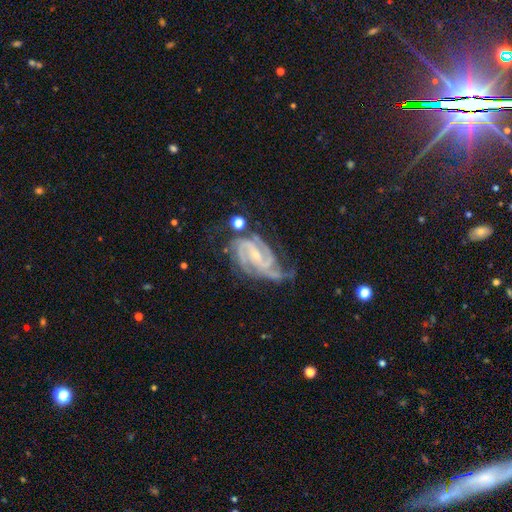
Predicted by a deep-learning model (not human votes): smooth_or_featured: featured or disk (p=0.91) [alt: star or artifact p=0.06]
disk_edge_on: no (p=0.97) [alt: yes p=0.03]
bar: weak (p=0.43) [alt: no p=0.30]
has_spiral_arms: yes (p=0.99) [alt: no p=0.01]
spiral_winding: tight (p=0.58) [alt: medium p=0.37]
spiral_arm_count: 3 (p=0.41) [alt: 2 p=0.28]
bulge_size: small (p=0.73) [alt: moderate p=0.20]
merging: none (p=0.59) [alt: minor disturbance p=0.24]